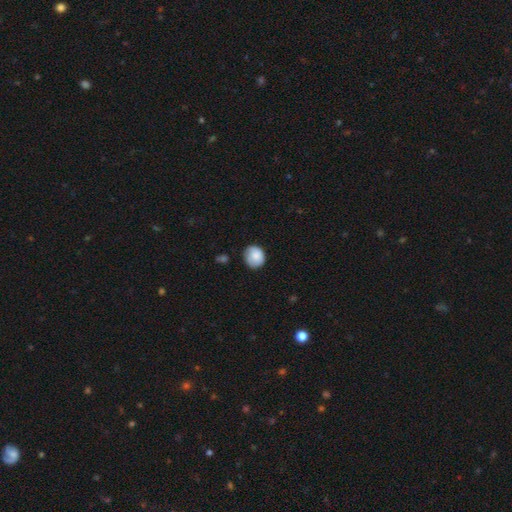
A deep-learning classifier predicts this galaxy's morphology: This appears to be a smooth galaxy with no disk features (83%) that is round (76%). Merging: none (74%).